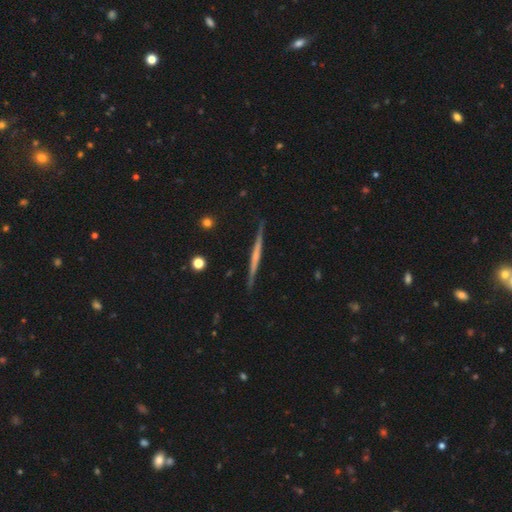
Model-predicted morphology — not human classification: smooth_or_featured: featured or disk (p=0.65) [alt: smooth p=0.30]
disk_edge_on: yes (p=0.98) [alt: no p=0.02]
edge_on_bulge: none (p=0.74) [alt: rounded p=0.16]
merging: none (p=0.89) [alt: minor disturbance p=0.08]